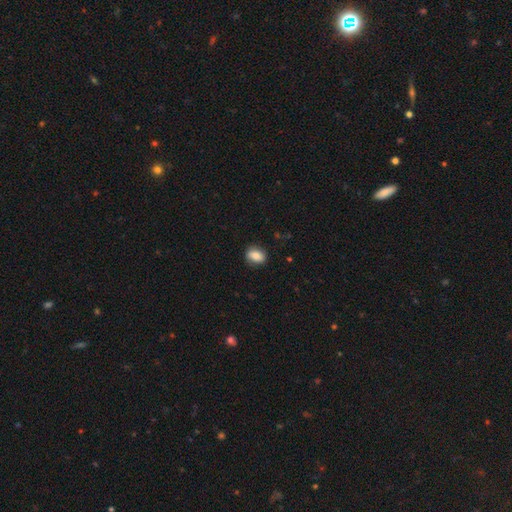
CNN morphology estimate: The model was most divided on "how rounded": in between: 67%, round: 30%, cigar-shaped: 2%. More confident: merging — none (85%); smooth or featured — smooth (80%).